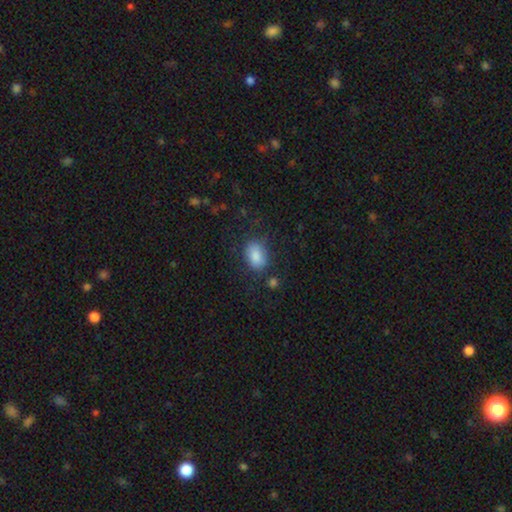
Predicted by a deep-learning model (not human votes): Smooth or featured?
  - smooth: 85% *
  - star or artifact: 8%
  - featured or disk: 7%
How rounded?
  - in between: 84% *
  - round: 15%
  - cigar-shaped: 1%
Merging?
  - none: 76% *
  - minor disturbance: 16%
  - major disturbance: 5%
  - merger: 3%